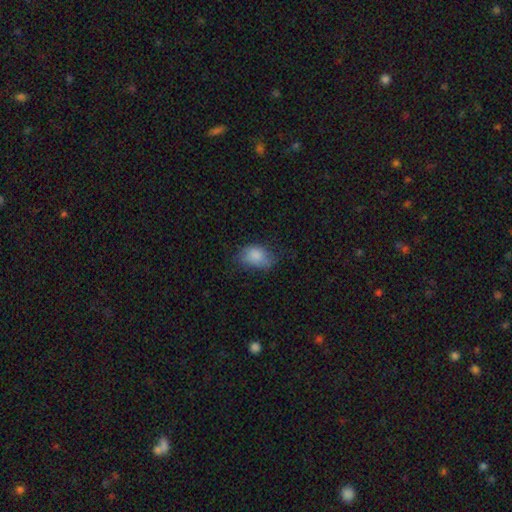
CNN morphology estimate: This is clearly a smooth galaxy (82%). How rounded: clearly in between (82%). Merging: possibly none (52%).